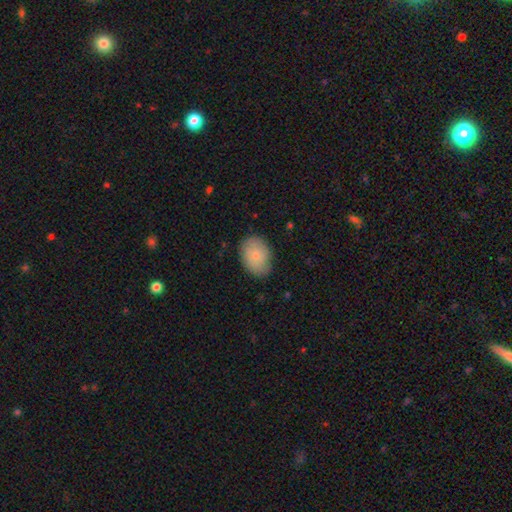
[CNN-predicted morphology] smooth-or-featured: smooth: 80% | featured or disk: 13% | star or artifact: 7%
  how-rounded: in between: 75% | round: 24% | cigar-shaped: 1%
  merging: none: 81% | minor disturbance: 15% | major disturbance: 3% | merger: 1%